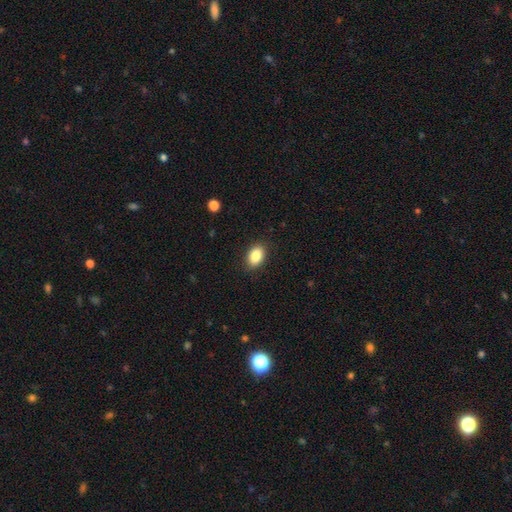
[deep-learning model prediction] smooth 87%, star or artifact 8%, featured or disk 5%. Down the decision tree: how rounded — in between (84%); merging — none (88%).